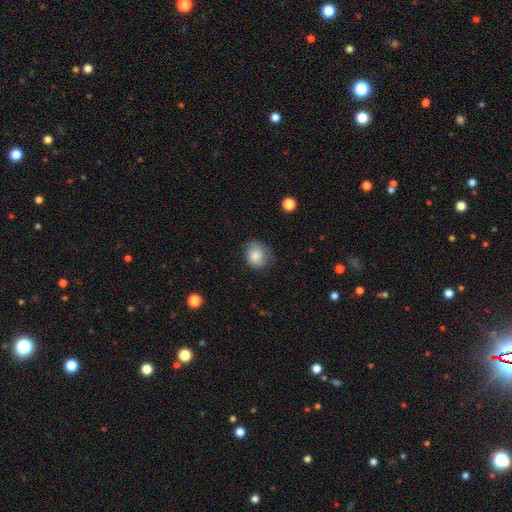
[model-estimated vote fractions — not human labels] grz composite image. It shows a smooth galaxy with no disk features (79%) that is round (72%). Merging: none (66%).